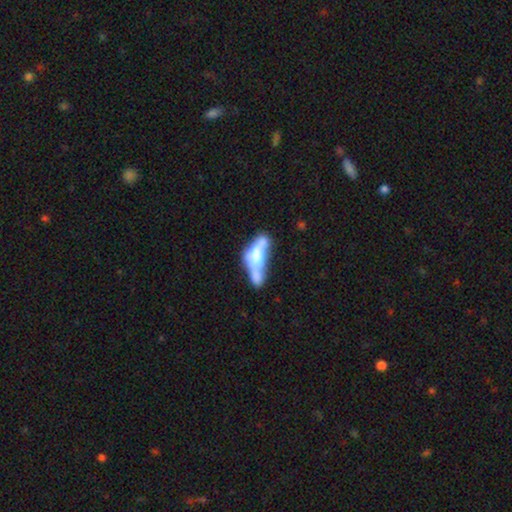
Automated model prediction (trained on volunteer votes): A smooth galaxy with no disk features (47%).

Vote fractions:
- Smooth or featured? smooth: 47% / featured or disk: 44% / star or artifact: 9%
- Merging? merger: 52% / none: 18% / major disturbance: 17% / minor disturbance: 13%